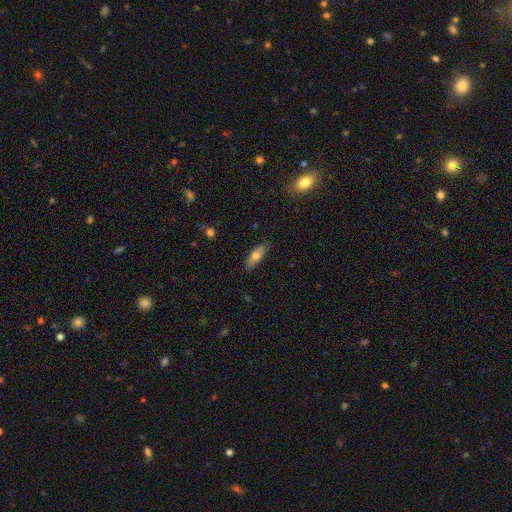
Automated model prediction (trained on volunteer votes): Smooth or featured?
  - smooth: 66% *
  - featured or disk: 27%
  - star or artifact: 7%
How rounded?
  - in between: 55% *
  - cigar-shaped: 43%
  - round: 3%
Merging?
  - none: 85% *
  - minor disturbance: 11%
  - major disturbance: 2%
  - merger: 1%